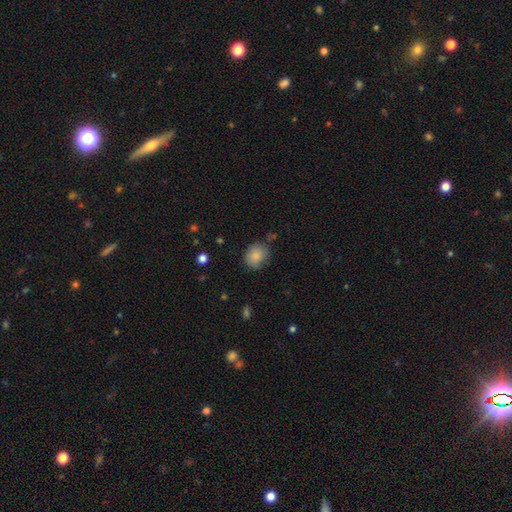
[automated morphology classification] Q: Smooth or featured?
A: smooth (85%); runner-up: star or artifact (8%)
Q: How rounded?
A: round (61%); runner-up: in between (38%)
Q: Merging?
A: none (73%); runner-up: minor disturbance (20%)